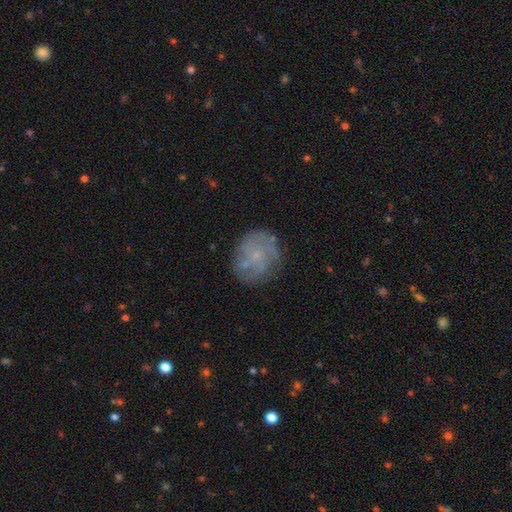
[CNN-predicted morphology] Q: Smooth or featured?
A: featured or disk (63%); runner-up: smooth (27%)
Q: Edge-on disk?
A: no (98%); runner-up: yes (2%)
Q: Bar?
A: no (79%); runner-up: weak (18%)
Q: Spiral arms?
A: yes (79%); runner-up: no (21%)
Q: Bulge size?
A: small (70%); runner-up: none (17%)
Q: Merging?
A: none (74%); runner-up: minor disturbance (17%)